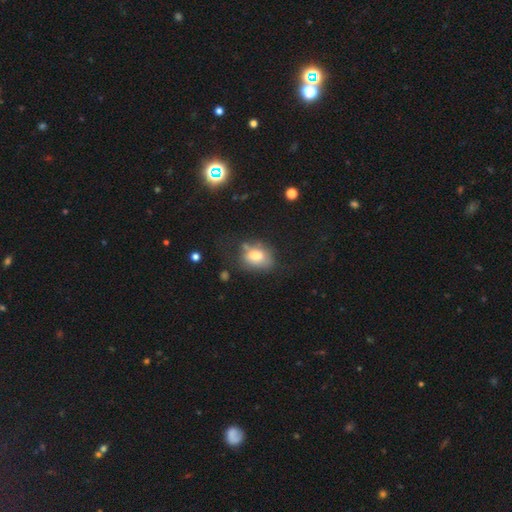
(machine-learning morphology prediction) A smooth galaxy with no disk features (73%) that is in between round and cigar-shaped (64%).

Vote fractions:
- Smooth or featured? smooth: 73% / featured or disk: 16% / star or artifact: 10%
- How rounded? in between: 64% / round: 34% / cigar-shaped: 1%
- Merging? none: 52% / minor disturbance: 26% / major disturbance: 13% / merger: 9%